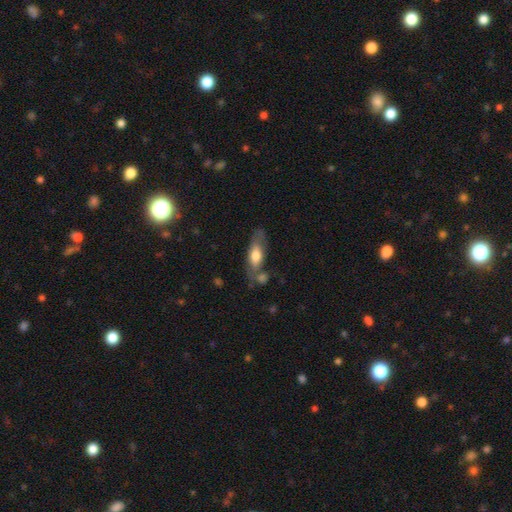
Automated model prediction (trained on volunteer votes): Smooth or featured? smooth (59%)
How rounded? in between (62%)
Merging? none (58%)